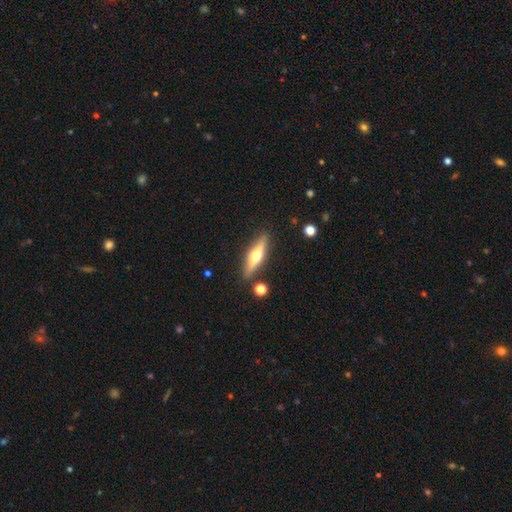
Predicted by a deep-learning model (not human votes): This appears to be a featured or disk galaxy (63%) viewed edge-on (94%) with a rounded central bulge (94%). Merging: none (86%).